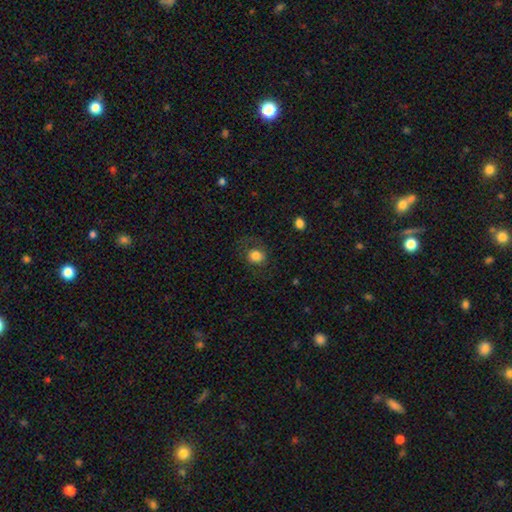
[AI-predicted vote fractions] Overall: smooth (77%). How rounded: round (69%; in between 30%). Merging: none (66%).